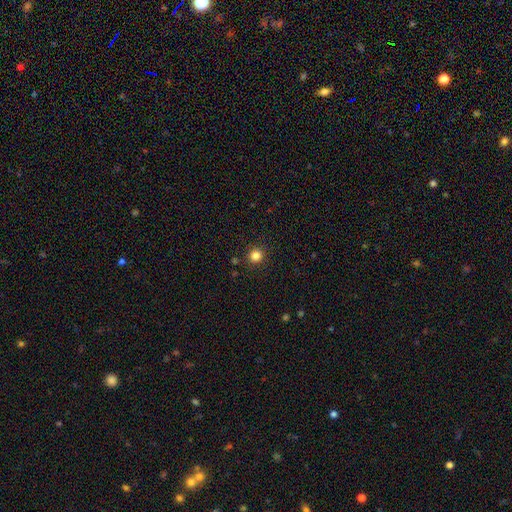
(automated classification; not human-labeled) This appears to be a smooth galaxy with no disk features (83%) that is round (93%). Merging: none (90%).